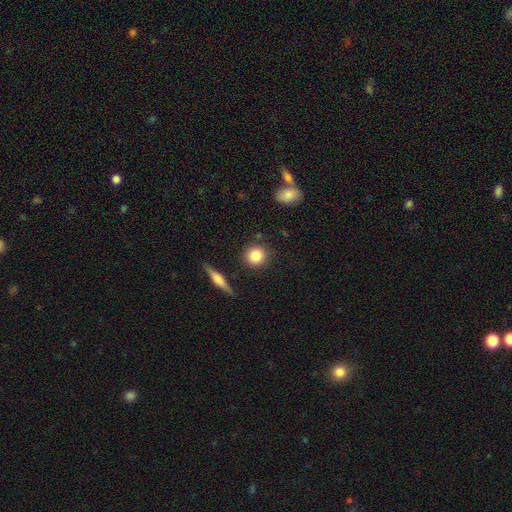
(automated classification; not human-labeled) Smooth or featured? Predicted: smooth (p=0.83). How rounded? Predicted: round (p=0.88). Merging? Predicted: none (p=0.85).